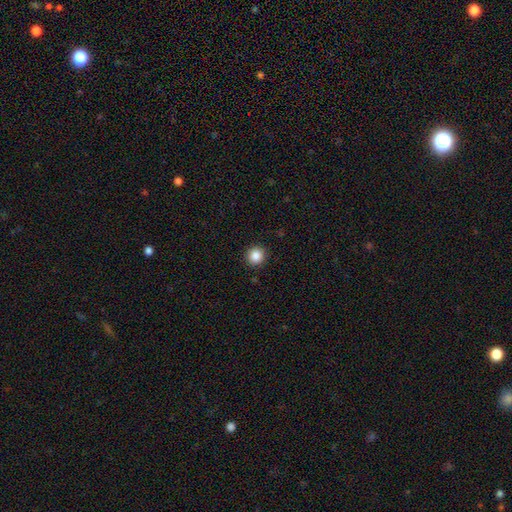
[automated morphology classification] Smooth or featured: smooth — 87% (star or artifact — 10%)
How rounded: round — 94% (in between — 5%)
Merging: none — 92% (minor disturbance — 5%)